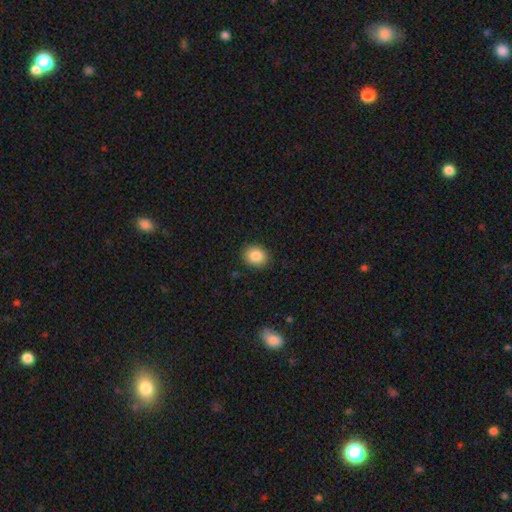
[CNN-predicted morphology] The model was most divided on "how rounded": round: 64%, in between: 35%, cigar-shaped: 1%. More confident: merging — none (88%); smooth or featured — smooth (85%).